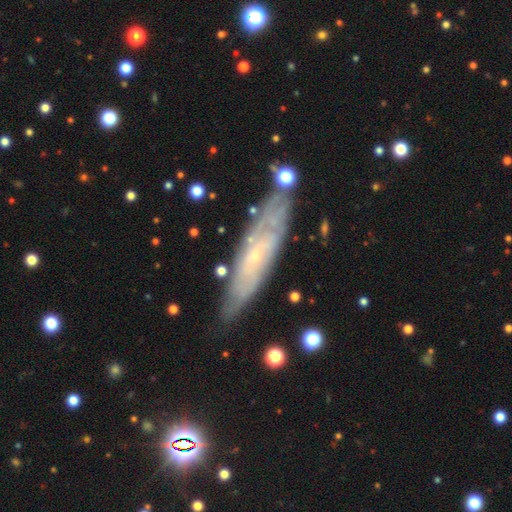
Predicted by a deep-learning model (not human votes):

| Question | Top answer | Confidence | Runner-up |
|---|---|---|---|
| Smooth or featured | featured or disk | 72% | smooth (21%) |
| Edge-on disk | no | 67% | yes (33%) |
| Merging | none | 77% | minor disturbance (16%) |